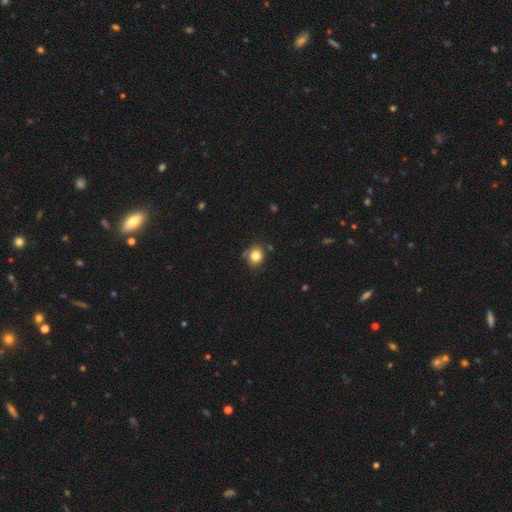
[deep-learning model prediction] Overall: smooth (81%). How rounded: round (70%). Merging: none (76%).